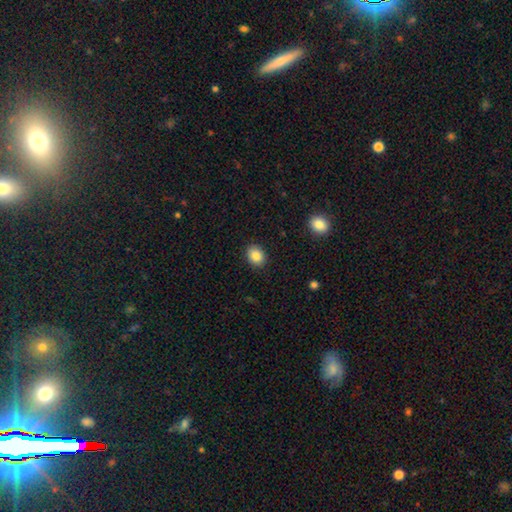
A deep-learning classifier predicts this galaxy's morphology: Q: Smooth or featured?
A: smooth (87%); runner-up: star or artifact (8%)
Q: How rounded?
A: round (51%); runner-up: in between (48%)
Q: Merging?
A: none (89%); runner-up: minor disturbance (7%)